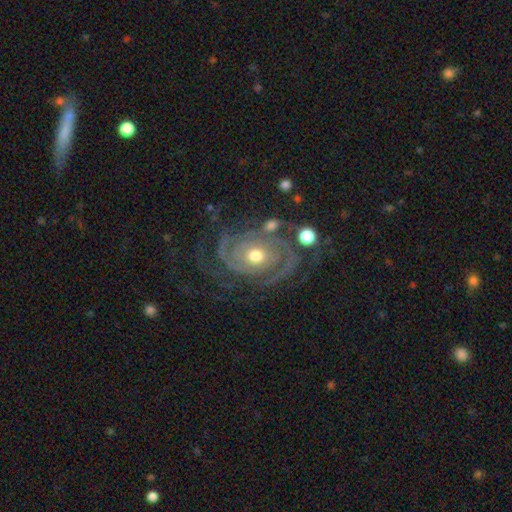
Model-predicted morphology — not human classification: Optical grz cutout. It shows a featured or disk galaxy (88%) with no bar (80%), 2 (47%) tight (60%) spiral arms (95%) and a moderate central bulge (66%). Merging: none (61%).